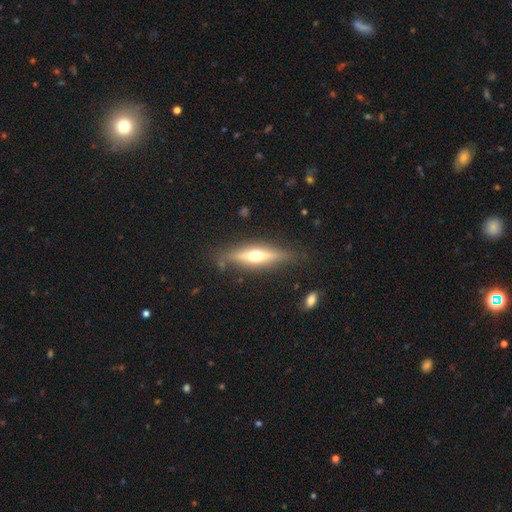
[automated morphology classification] A featured or disk galaxy (61%) viewed edge-on (92%) with a rounded central bulge (93%).

Vote fractions:
- Smooth or featured? featured or disk: 61% / smooth: 33% / star or artifact: 6%
- Edge-on disk? yes: 92% / no: 8%
- Edge-on bulge? rounded: 93% / boxy: 4% / none: 4%
- Merging? none: 82% / minor disturbance: 12% / major disturbance: 4% / merger: 2%